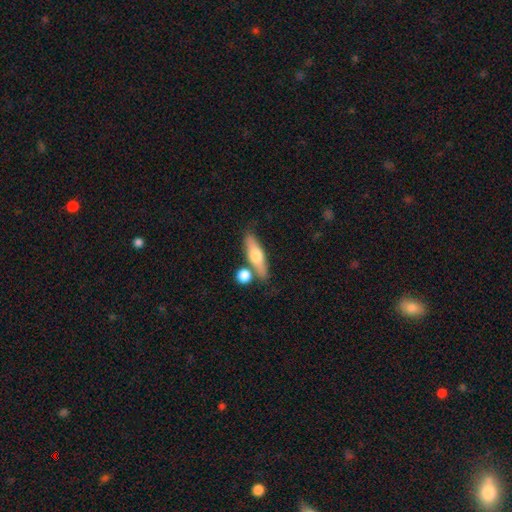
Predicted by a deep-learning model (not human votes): smooth_or_featured: smooth (p=0.51) [alt: featured or disk p=0.42]
how_rounded: cigar-shaped (p=0.59) [alt: in between p=0.37]
merging: none (p=0.71) [alt: merger p=0.15]